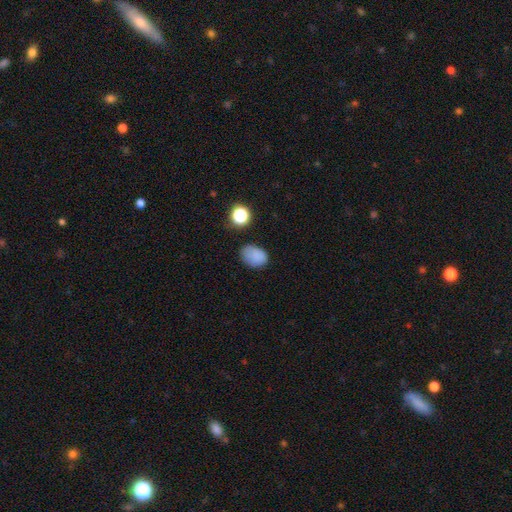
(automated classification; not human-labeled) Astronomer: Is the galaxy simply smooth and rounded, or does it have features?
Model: smooth — 81%.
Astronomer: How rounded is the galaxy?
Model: in between — 70%.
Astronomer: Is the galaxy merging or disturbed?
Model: none — 68%.